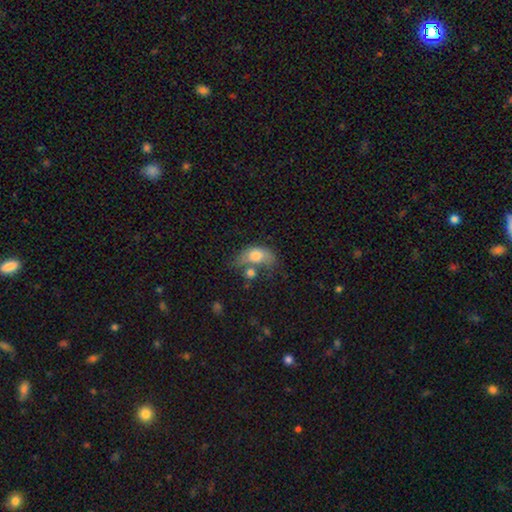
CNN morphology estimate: The model was most divided on "merging": merger: 39%, major disturbance: 22%, none: 20%, minor disturbance: 19%. More confident: how rounded — in between (82%); smooth or featured — smooth (71%).